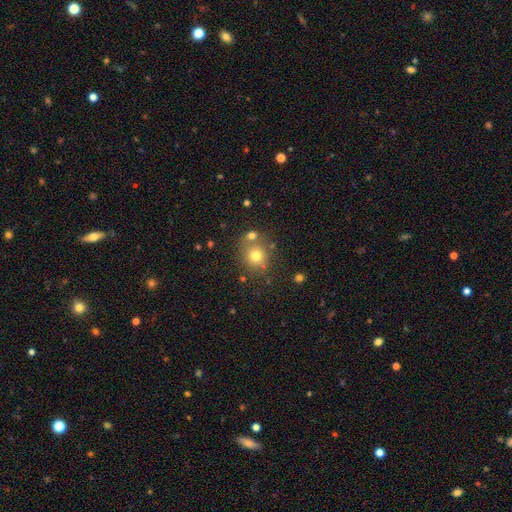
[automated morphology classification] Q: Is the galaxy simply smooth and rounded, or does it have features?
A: smooth — 74%.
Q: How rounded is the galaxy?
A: round — 84%.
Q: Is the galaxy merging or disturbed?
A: none — 68%.